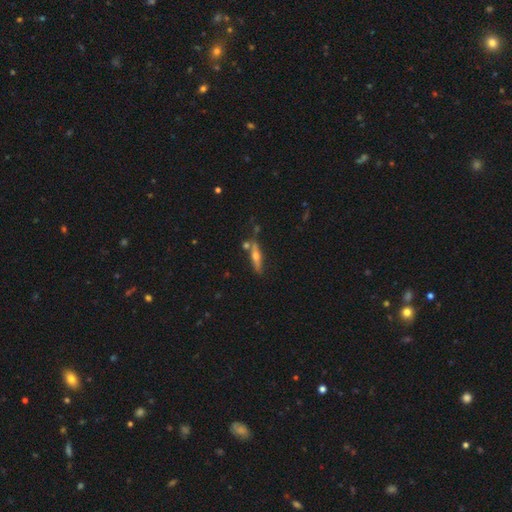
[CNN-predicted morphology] Smooth or featured? Predicted: featured or disk (p=0.60). Edge-on disk? Predicted: yes (p=0.93). Edge-on bulge? Predicted: rounded (p=0.92). Merging? Predicted: none (p=0.72).